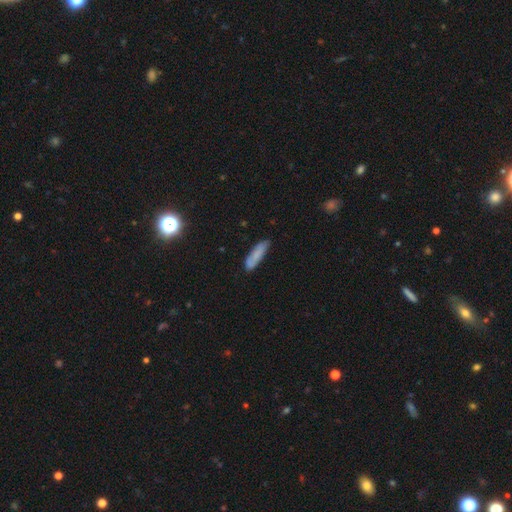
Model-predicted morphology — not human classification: Overall: smooth (74%). How rounded: cigar-shaped (69%). Merging: none (75%).